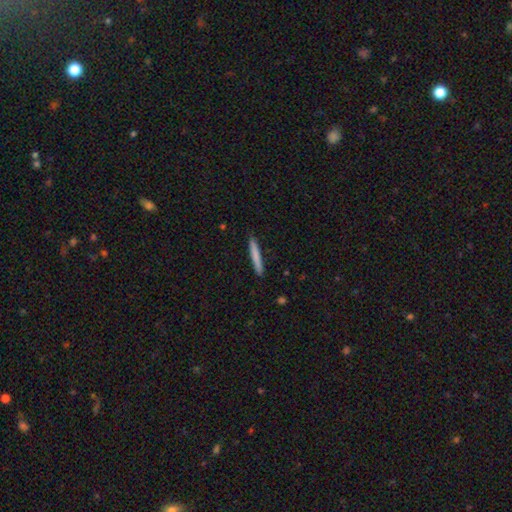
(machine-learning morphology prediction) Overall: smooth (77%). How rounded: cigar-shaped (96%). Merging: none (90%).